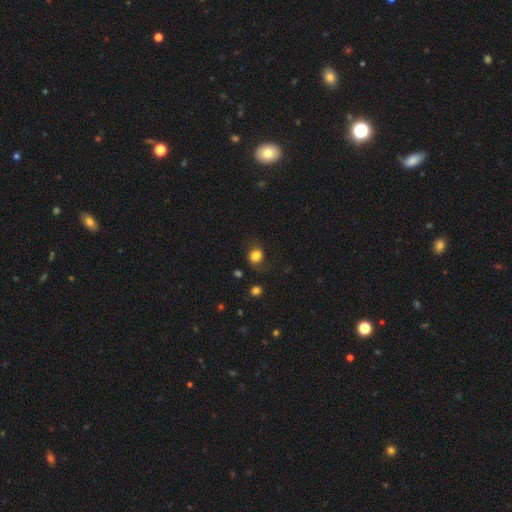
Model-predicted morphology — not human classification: A smooth galaxy with no disk features (79%) that is round (70%). Merging: none (68%).